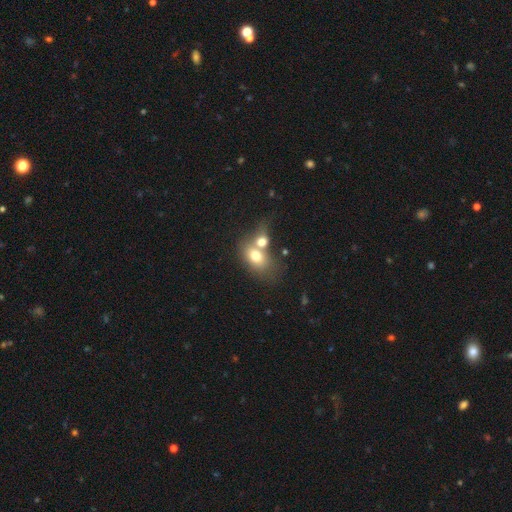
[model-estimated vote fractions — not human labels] Q: Smooth or featured?
A: smooth (70%); runner-up: featured or disk (20%)
Q: How rounded?
A: in between (71%); runner-up: round (27%)
Q: Merging?
A: merger (63%); runner-up: none (24%)